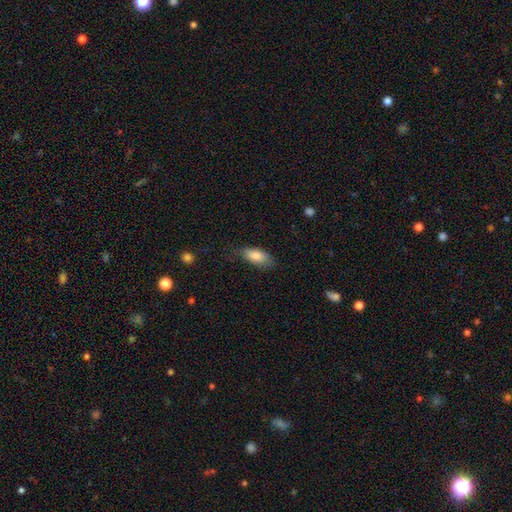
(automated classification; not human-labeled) smooth-or-featured: smooth: 83% | featured or disk: 10% | star or artifact: 7%
  how-rounded: in between: 84% | cigar-shaped: 14% | round: 2%
  merging: none: 68% | minor disturbance: 24% | major disturbance: 6% | merger: 1%